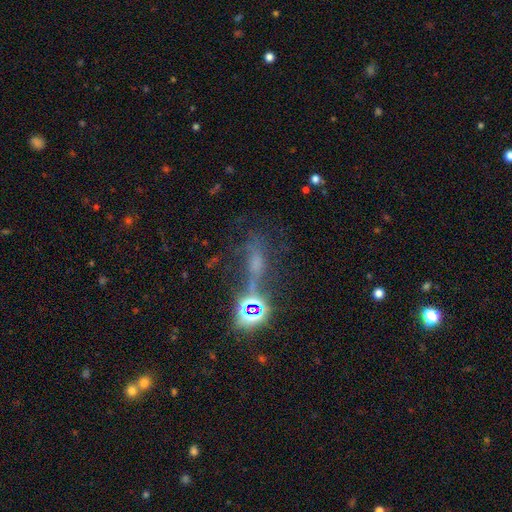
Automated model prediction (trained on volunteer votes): A star or artifact, not a galaxy (50%).

Vote fractions:
- Smooth or featured? star or artifact: 50% / smooth: 26% / featured or disk: 24%